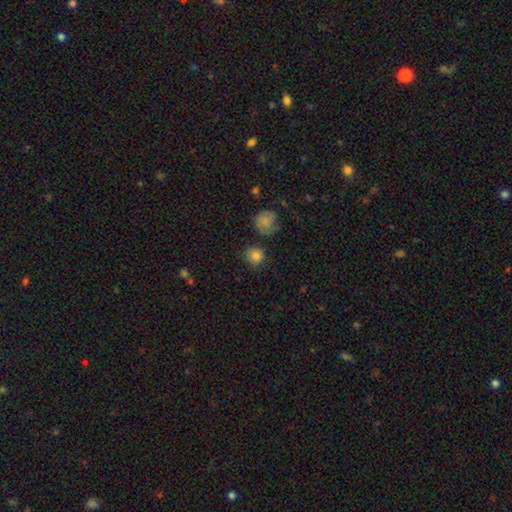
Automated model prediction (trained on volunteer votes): Smooth or featured? Predicted: smooth (p=0.83). How rounded? Predicted: round (p=0.90). Merging? Predicted: none (p=0.80).